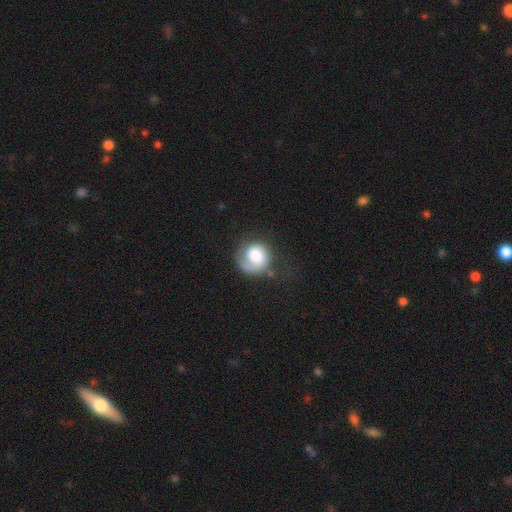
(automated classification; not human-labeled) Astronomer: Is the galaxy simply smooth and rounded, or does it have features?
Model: smooth — 56% (runner-up: featured or disk, 37%).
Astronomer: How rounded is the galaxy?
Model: round — 83%.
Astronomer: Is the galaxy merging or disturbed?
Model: none — 49% (runner-up: major disturbance, 26%).